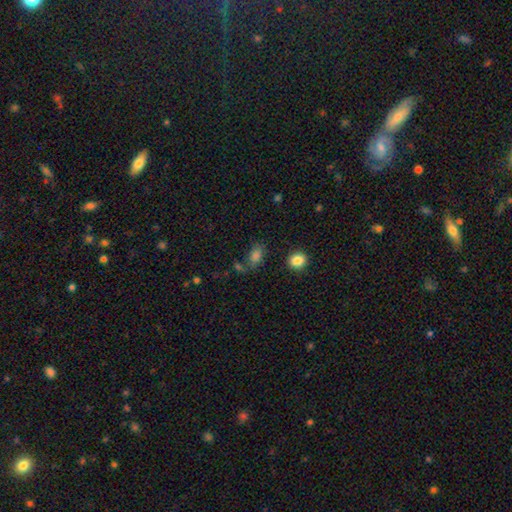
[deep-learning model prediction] smooth 80%, star or artifact 13%, featured or disk 6%. Down the decision tree: how rounded — in between (82%); merging — none (62%).